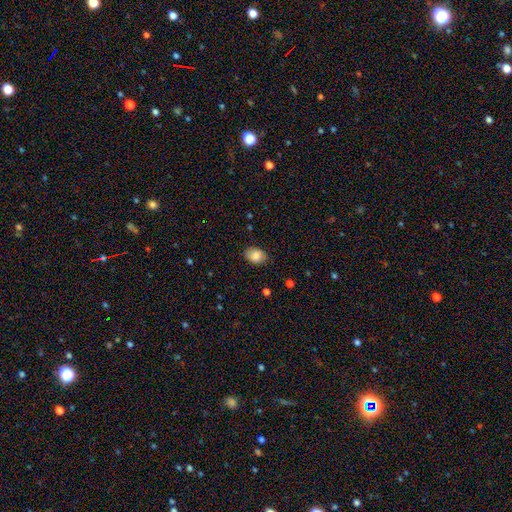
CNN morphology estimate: This is clearly a smooth galaxy (86%). How rounded: likely in between (80%). Merging: clearly none (84%).